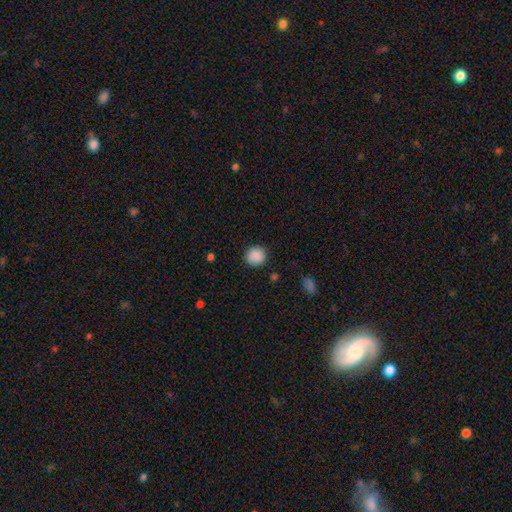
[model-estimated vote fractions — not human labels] A smooth galaxy with no disk features (89%) that is round (91%).

Vote fractions:
- Smooth or featured? smooth: 89% / star or artifact: 8% / featured or disk: 3%
- How rounded? round: 91% / in between: 8% / cigar-shaped: 1%
- Merging? none: 88% / minor disturbance: 8% / major disturbance: 3% / merger: 1%